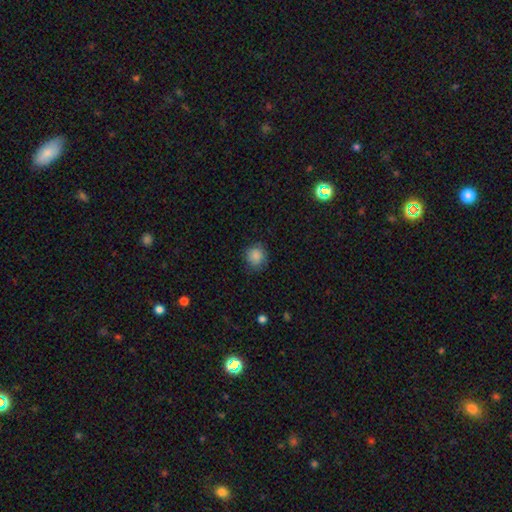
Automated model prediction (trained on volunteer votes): smooth-or-featured: smooth: 86% | star or artifact: 9% | featured or disk: 5%
  how-rounded: round: 85% | in between: 14% | cigar-shaped: 1%
  merging: none: 80% | minor disturbance: 15% | major disturbance: 4% | merger: 1%